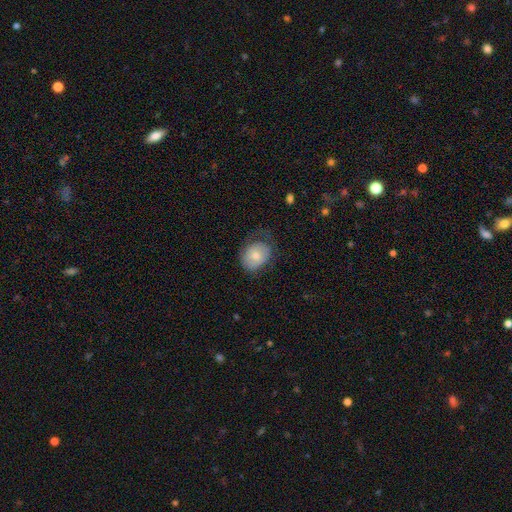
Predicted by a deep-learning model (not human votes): Smooth or featured: smooth — 69% (featured or disk — 24%)
How rounded: in between — 51% (round — 48%)
Merging: none — 49% (minor disturbance — 28%)